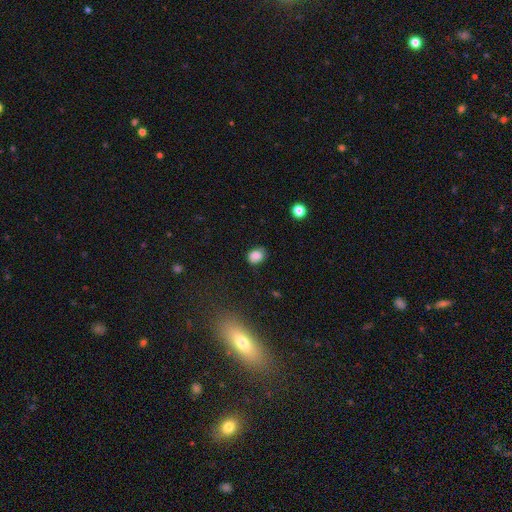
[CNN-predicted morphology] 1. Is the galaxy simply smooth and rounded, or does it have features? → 82% smooth, 10% star or artifact, 8% featured or disk.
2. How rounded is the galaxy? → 52% in between, 47% round, 1% cigar-shaped.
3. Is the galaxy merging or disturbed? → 70% none, 22% minor disturbance, 5% major disturbance, 3% merger.